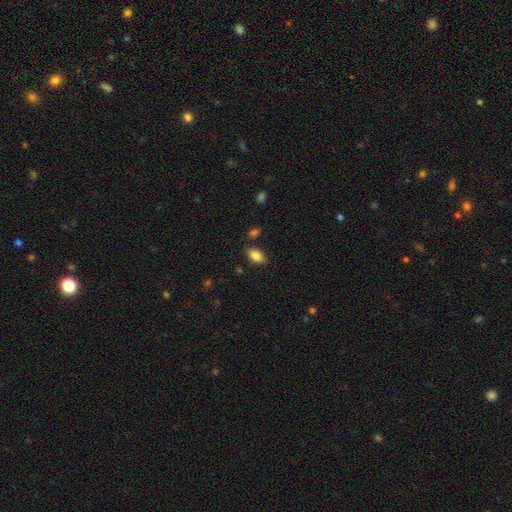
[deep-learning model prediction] smooth 85%, star or artifact 8%, featured or disk 7%. Down the decision tree: how rounded — in between (91%); merging — none (82%).